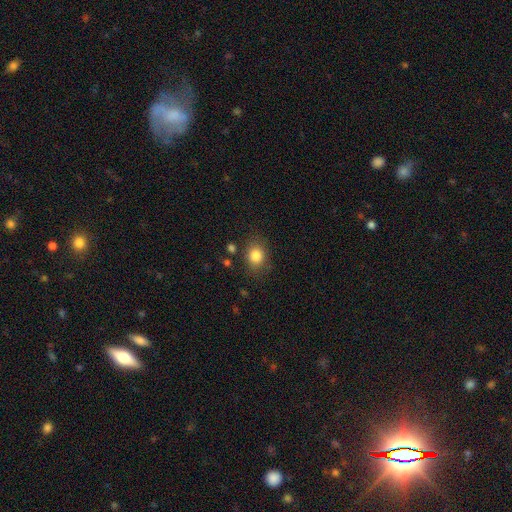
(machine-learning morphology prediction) Smooth or featured? smooth (84%)
How rounded? round (54%)
Merging? none (78%)